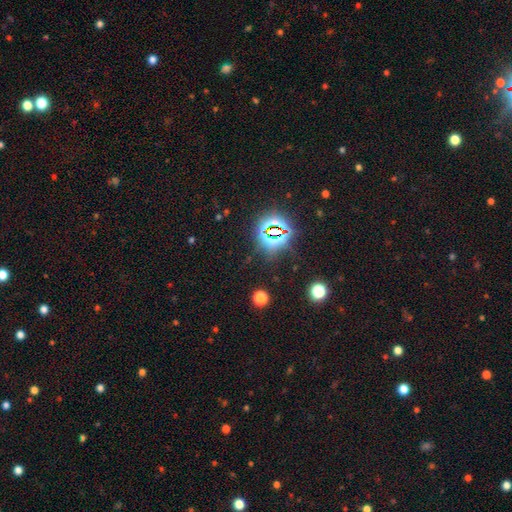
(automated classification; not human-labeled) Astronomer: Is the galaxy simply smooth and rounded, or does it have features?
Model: star or artifact — 81%.